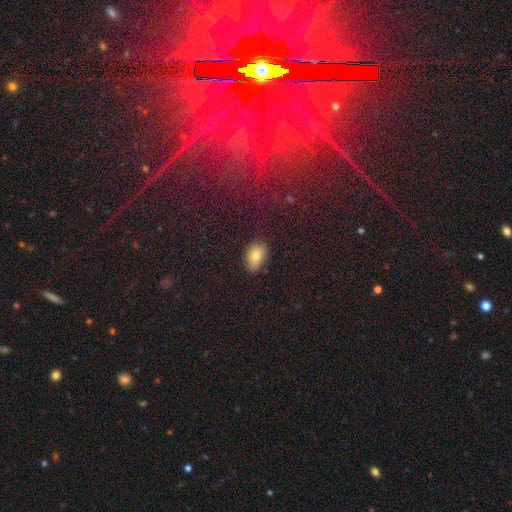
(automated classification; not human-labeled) This is likely a smooth galaxy (78%). How rounded: clearly in between (83%). Merging: likely none (79%).